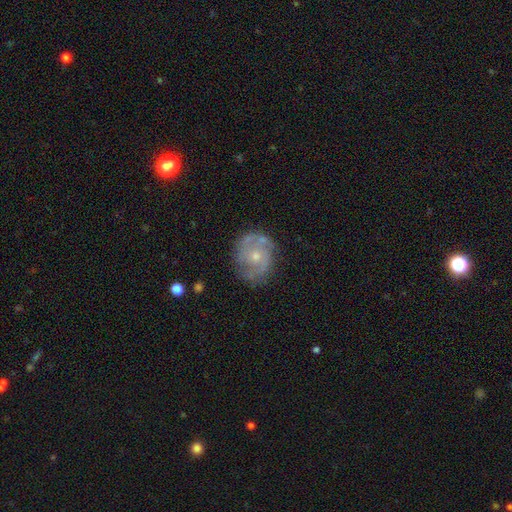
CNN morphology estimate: Smooth or featured?
  - featured or disk: 73% *
  - smooth: 20%
  - star or artifact: 7%
Edge-on disk?
  - no: 97% *
  - yes: 3%
Bar?
  - no: 76% *
  - weak: 21%
  - strong: 3%
Spiral arms?
  - yes: 81% *
  - no: 19%
Spiral winding?
  - tight: 43% *
  - medium: 41%
  - loose: 15%
Spiral arm count?
  - 2: 56% *
  - can't tell: 25%
  - 3: 10%
  - 1: 4%
  - 4: 3%
  - more than 4: 3%
Bulge size?
  - small: 53% *
  - moderate: 43%
  - none: 2%
  - large: 2%
  - dominant: 1%
Merging?
  - none: 70% *
  - minor disturbance: 20%
  - major disturbance: 8%
  - merger: 3%